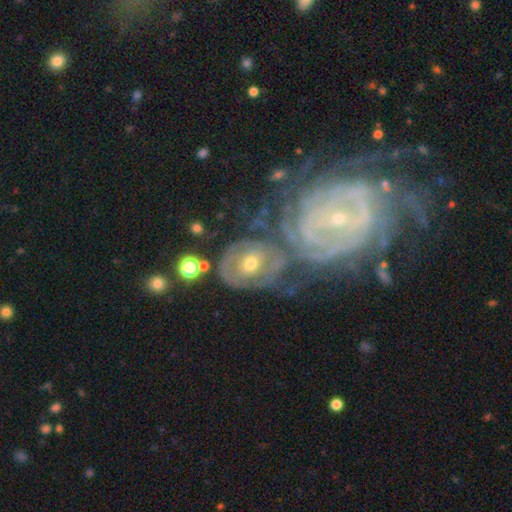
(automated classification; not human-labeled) Q: Smooth or featured?
A: featured or disk (79%); runner-up: smooth (15%)
Q: Edge-on disk?
A: no (96%); runner-up: yes (4%)
Q: Bar?
A: no (67%); runner-up: weak (23%)
Q: Spiral arms?
A: yes (87%); runner-up: no (13%)
Q: Spiral winding?
A: tight (75%); runner-up: medium (20%)
Q: Spiral arm count?
A: can't tell (41%); runner-up: 3 (19%)
Q: Bulge size?
A: moderate (49%); runner-up: small (44%)
Q: Merging?
A: merger (41%); runner-up: none (36%)